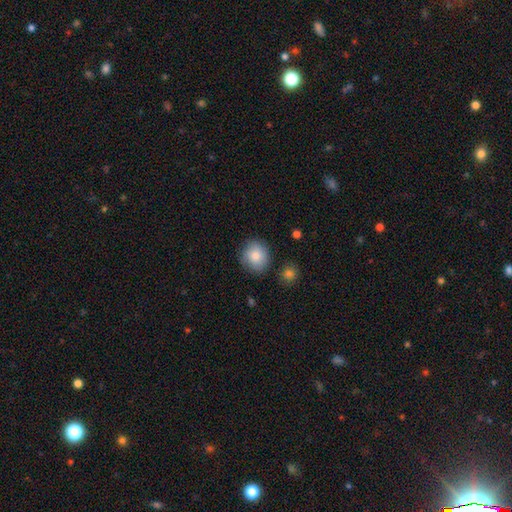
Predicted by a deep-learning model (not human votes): Smooth or featured? smooth (83%)
How rounded? round (81%)
Merging? none (80%)